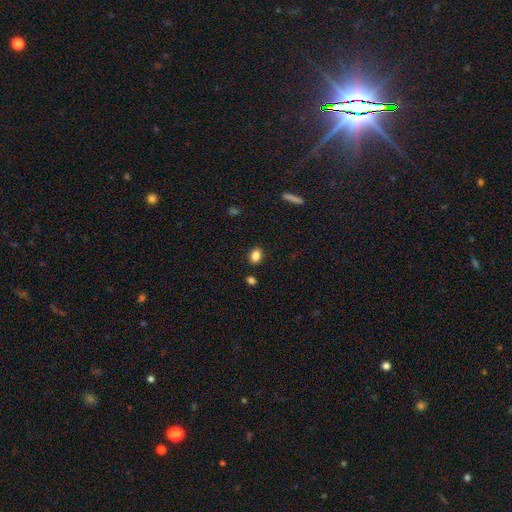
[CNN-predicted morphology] A smooth galaxy with no disk features (85%) that is in between round and cigar-shaped (71%).

Vote fractions:
- Smooth or featured? smooth: 85% / star or artifact: 9% / featured or disk: 6%
- How rounded? in between: 71% / round: 27% / cigar-shaped: 2%
- Merging? none: 87% / minor disturbance: 8% / merger: 3% / major disturbance: 2%